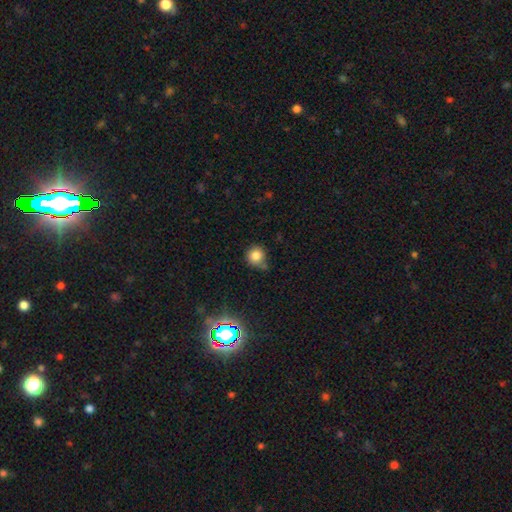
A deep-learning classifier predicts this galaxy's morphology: Q: Smooth or featured?
A: smooth (81%); runner-up: star or artifact (13%)
Q: How rounded?
A: round (89%); runner-up: in between (10%)
Q: Merging?
A: none (67%); runner-up: minor disturbance (22%)